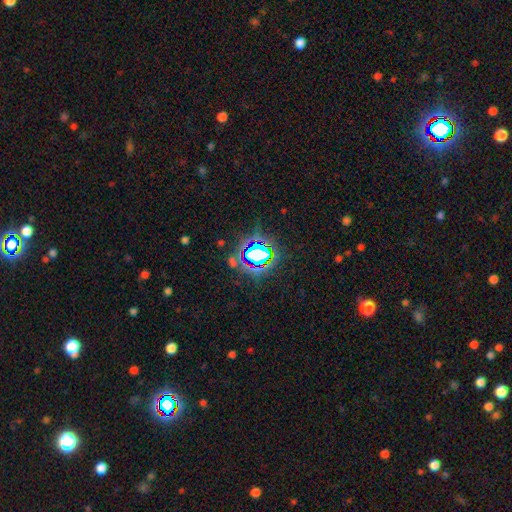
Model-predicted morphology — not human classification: Smooth or featured: star or artifact — 68% (smooth — 19%)